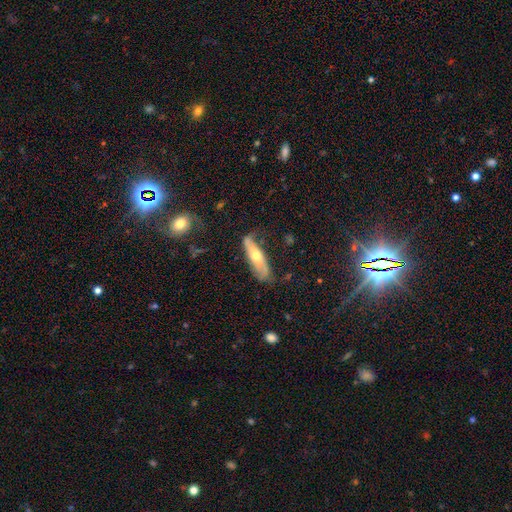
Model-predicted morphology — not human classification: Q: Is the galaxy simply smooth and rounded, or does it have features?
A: featured or disk — 55%.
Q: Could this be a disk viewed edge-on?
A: no — 55%.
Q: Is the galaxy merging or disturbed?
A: none — 59%.